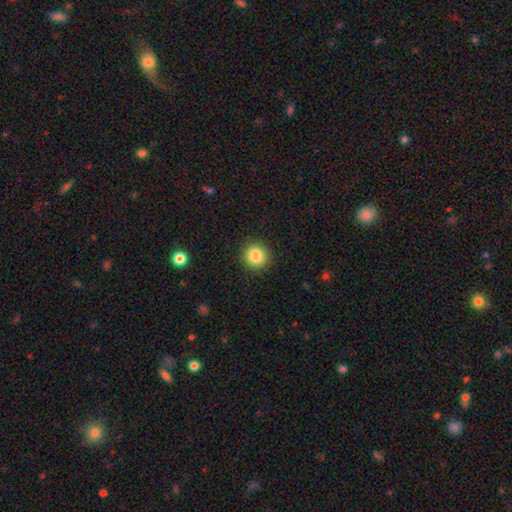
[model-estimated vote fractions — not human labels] A smooth galaxy with no disk features (85%) that is round (87%). Merging: none (86%).